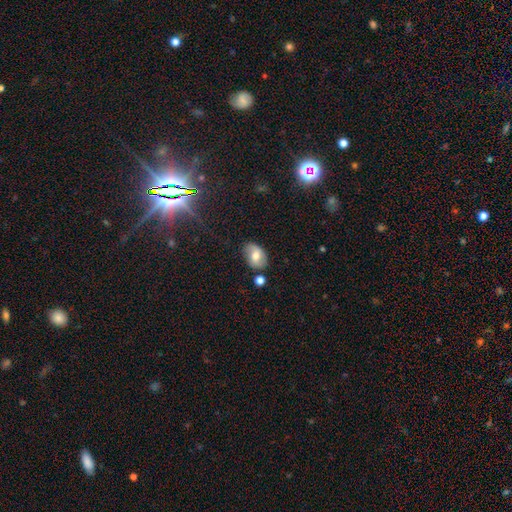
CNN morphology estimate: A smooth galaxy with no disk features (57%) that is in between round and cigar-shaped (81%). Merging: none (75%).